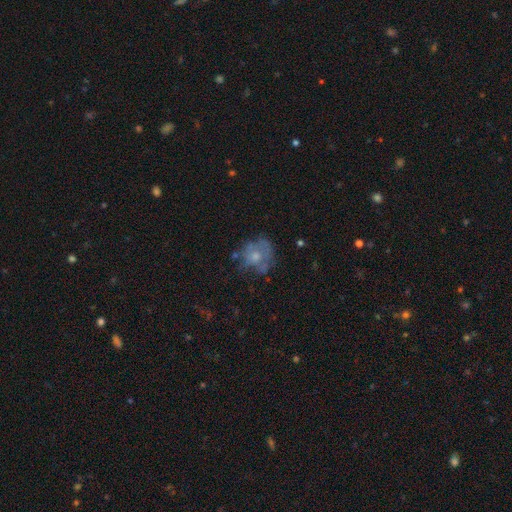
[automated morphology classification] A smooth galaxy with no disk features (49%).

Vote fractions:
- Smooth or featured? smooth: 49% / featured or disk: 41% / star or artifact: 10%
- Merging? none: 48% / minor disturbance: 26% / major disturbance: 21% / merger: 4%